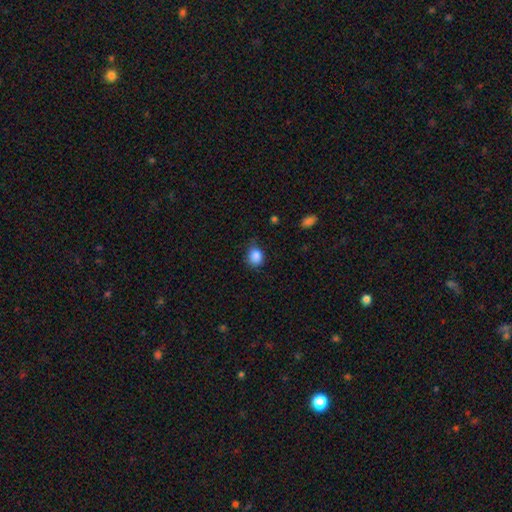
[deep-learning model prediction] smooth 87%, star or artifact 9%, featured or disk 4%. Down the decision tree: how rounded — round (65%); merging — none (66%).